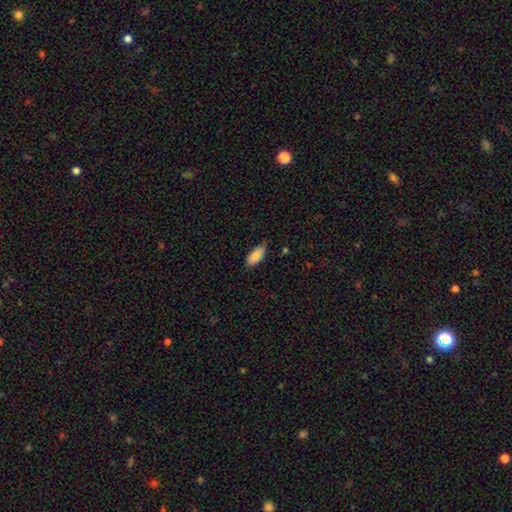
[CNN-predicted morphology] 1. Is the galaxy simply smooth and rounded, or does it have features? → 88% smooth, 6% star or artifact, 6% featured or disk.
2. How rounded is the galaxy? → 84% in between, 14% cigar-shaped, 2% round.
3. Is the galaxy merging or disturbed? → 77% none, 19% minor disturbance, 3% major disturbance, 1% merger.